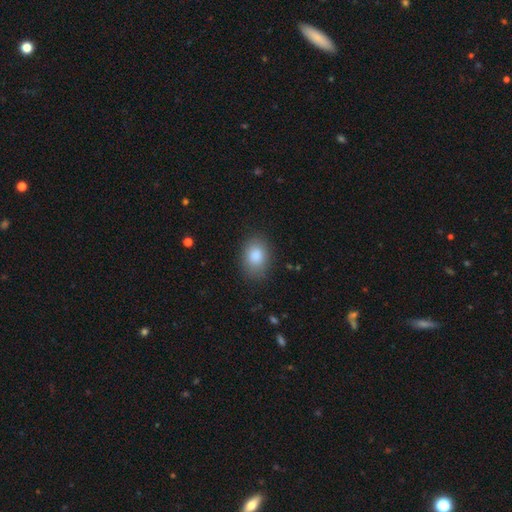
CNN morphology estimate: Smooth or featured?
  - smooth: 87% *
  - star or artifact: 8%
  - featured or disk: 6%
How rounded?
  - in between: 76% *
  - round: 23%
  - cigar-shaped: 1%
Merging?
  - none: 84% *
  - minor disturbance: 12%
  - major disturbance: 3%
  - merger: 1%